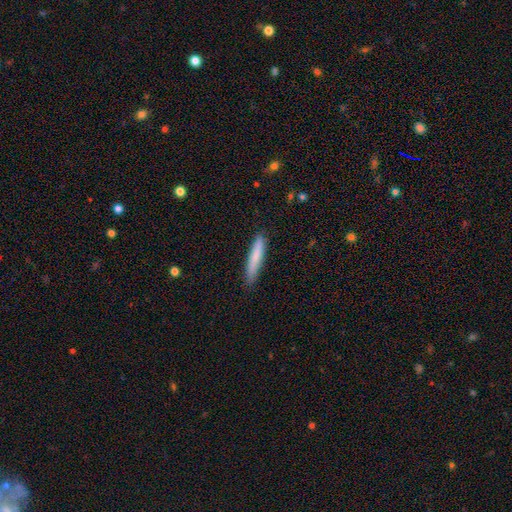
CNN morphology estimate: Smooth or featured: smooth — 77% (featured or disk — 17%)
How rounded: cigar-shaped — 92% (in between — 7%)
Merging: none — 84% (minor disturbance — 13%)